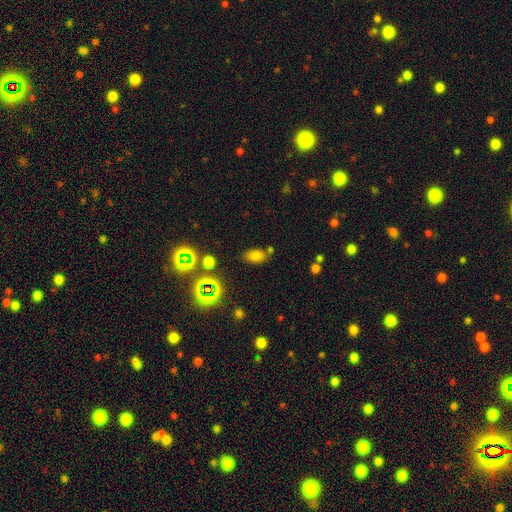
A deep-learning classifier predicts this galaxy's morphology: smooth_or_featured: smooth (p=0.70) [alt: star or artifact p=0.22]
how_rounded: in between (p=0.87) [alt: round p=0.10]
merging: none (p=0.73) [alt: minor disturbance p=0.14]